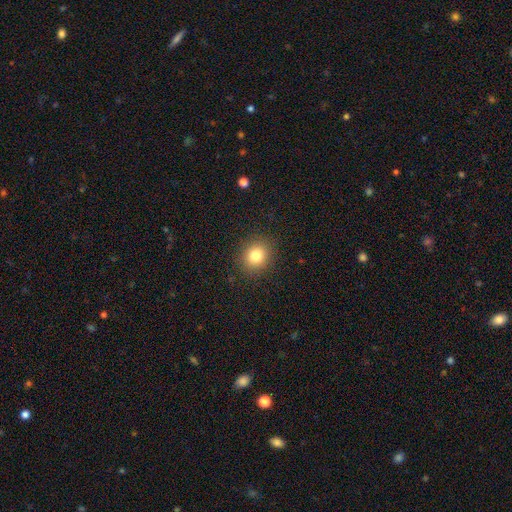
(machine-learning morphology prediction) A smooth galaxy with no disk features (81%) that is round (74%). Merging: none (89%).